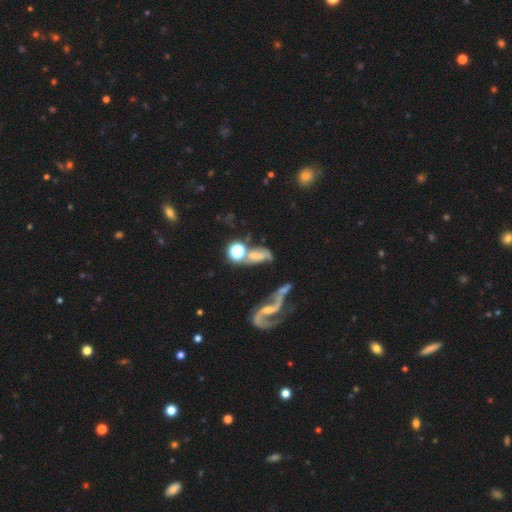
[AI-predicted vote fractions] Morphology: type=featured or disk (51%); edge-on=no (92%); merging=none (34%).